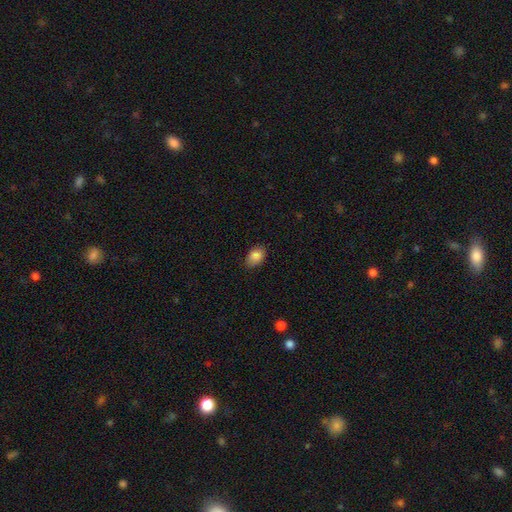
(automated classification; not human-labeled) Overall: smooth (86%). How rounded: in between (80%). Merging: none (82%).